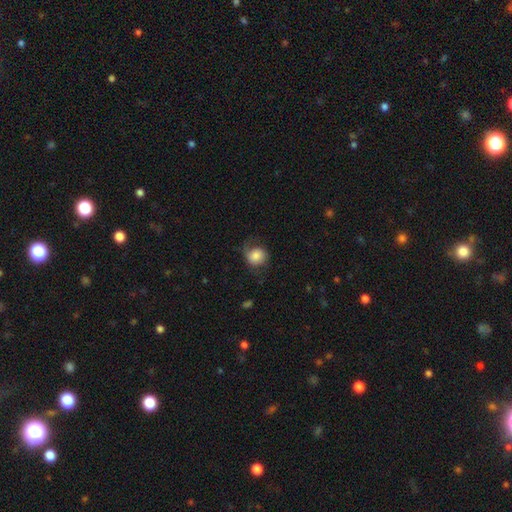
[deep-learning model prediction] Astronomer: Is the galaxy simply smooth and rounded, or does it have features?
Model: smooth — 74%.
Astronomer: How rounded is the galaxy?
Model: round — 75%.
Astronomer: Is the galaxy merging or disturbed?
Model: none — 52% (runner-up: minor disturbance, 28%).